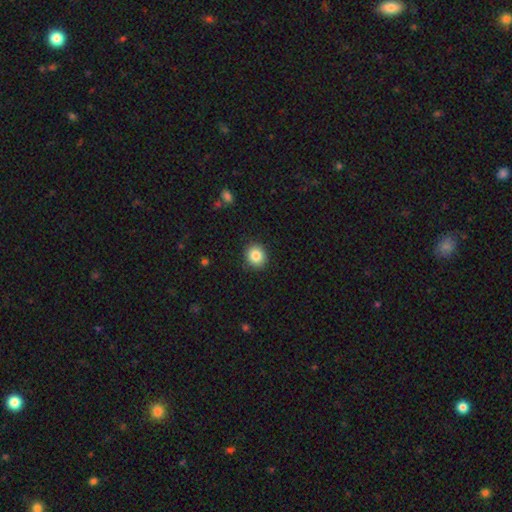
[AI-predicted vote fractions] Smooth or featured? smooth (85%)
How rounded? round (79%)
Merging? none (90%)